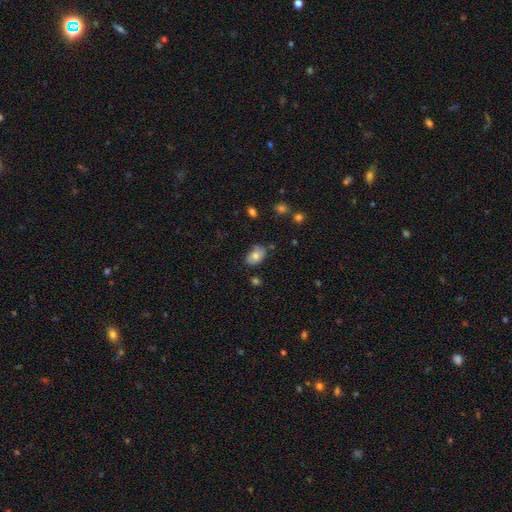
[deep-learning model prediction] Smooth or featured: smooth — 76% (featured or disk — 16%)
How rounded: in between — 87% (round — 11%)
Merging: none — 69% (minor disturbance — 23%)